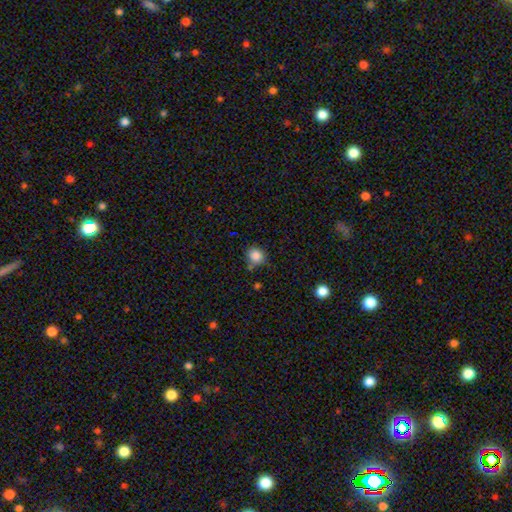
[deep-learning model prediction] Smooth or featured? Predicted: smooth (p=0.85). How rounded? Predicted: round (p=0.83). Merging? Predicted: none (p=0.71).